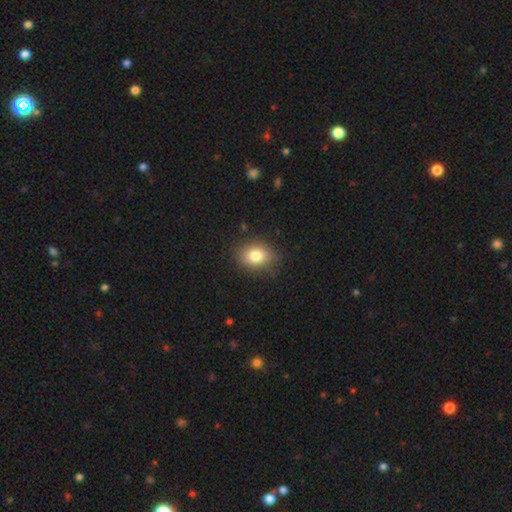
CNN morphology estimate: Smooth or featured? smooth (81%)
How rounded? in between (61%)
Merging? none (81%)